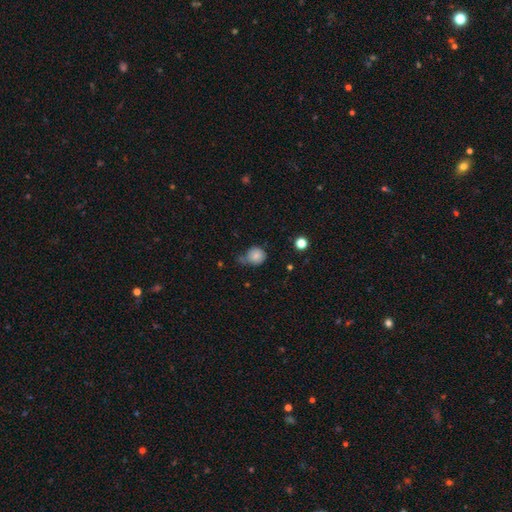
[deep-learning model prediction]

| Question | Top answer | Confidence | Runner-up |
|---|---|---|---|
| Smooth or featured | smooth | 81% | star or artifact (10%) |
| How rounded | round | 82% | in between (17%) |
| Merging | none | 46% | minor disturbance (32%) |